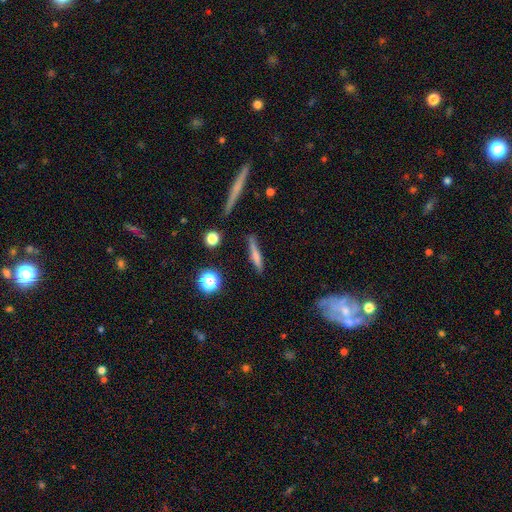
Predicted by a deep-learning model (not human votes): smooth-or-featured: smooth: 60% | featured or disk: 31% | star or artifact: 9%
  how-rounded: cigar-shaped: 88% | in between: 8% | round: 4%
  merging: none: 77% | minor disturbance: 16% | major disturbance: 4% | merger: 3%